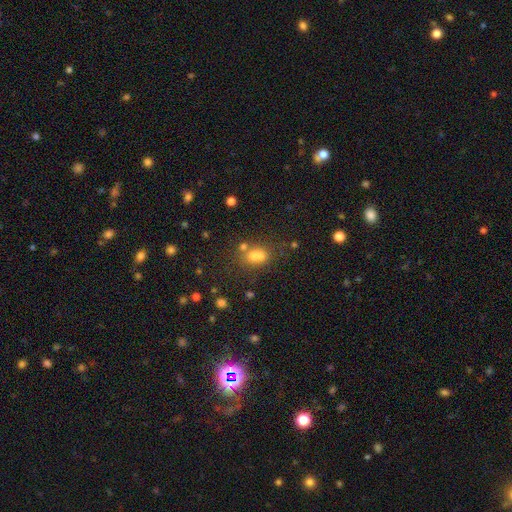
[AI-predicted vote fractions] This is likely a smooth galaxy (62%). How rounded: possibly round (55%). Merging: possibly merger (47%).